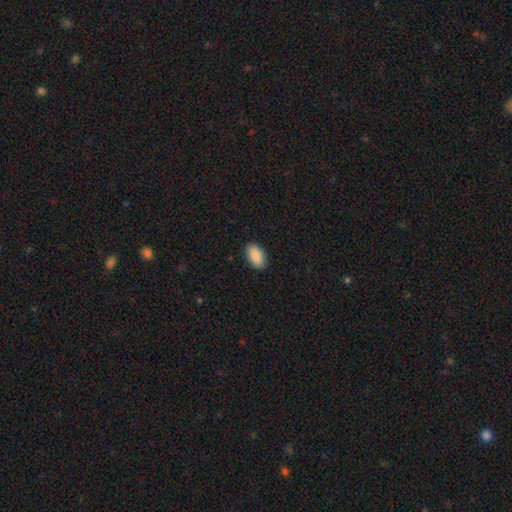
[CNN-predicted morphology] smooth 88%, star or artifact 7%, featured or disk 5%. Down the decision tree: how rounded — in between (93%); merging — none (88%).